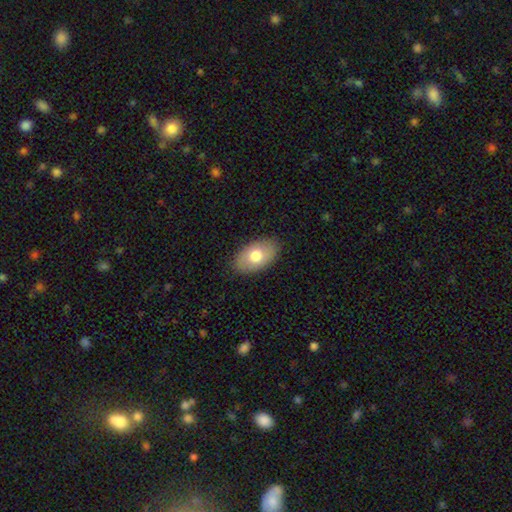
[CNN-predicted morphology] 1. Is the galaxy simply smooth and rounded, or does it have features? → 73% smooth, 20% featured or disk, 7% star or artifact.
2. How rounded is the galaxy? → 92% in between, 7% round, 1% cigar-shaped.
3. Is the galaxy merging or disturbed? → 86% none, 11% minor disturbance, 3% major disturbance, 1% merger.